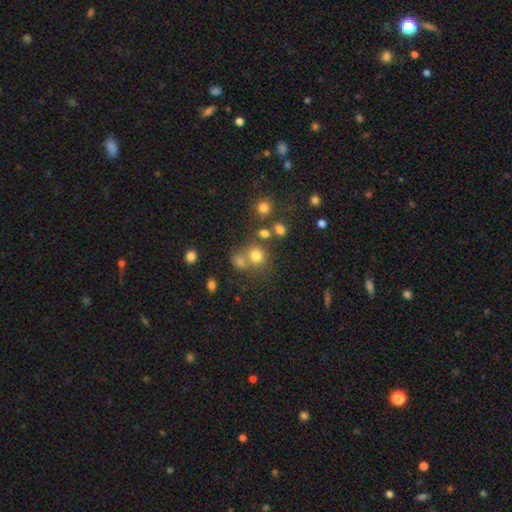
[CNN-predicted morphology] Smooth or featured? Predicted: smooth (p=0.73). How rounded? Predicted: round (p=0.82). Merging? Predicted: none (p=0.54).